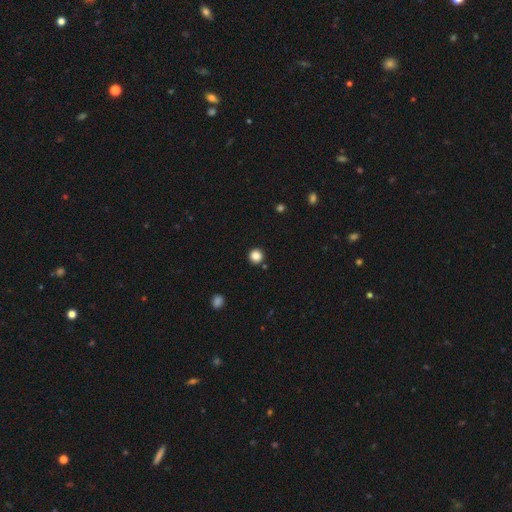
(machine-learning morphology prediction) Smooth or featured?
  - smooth: 84% *
  - star or artifact: 12%
  - featured or disk: 4%
How rounded?
  - round: 95% *
  - in between: 4%
  - cigar-shaped: 1%
Merging?
  - none: 89% *
  - minor disturbance: 6%
  - merger: 3%
  - major disturbance: 2%